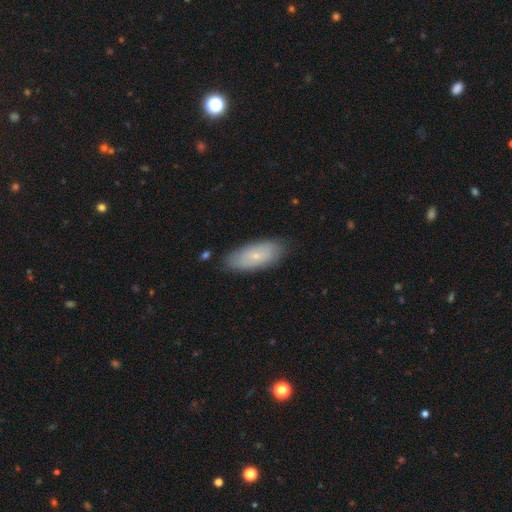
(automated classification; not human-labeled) Overall: smooth (62%; featured or disk 31%). How rounded: in between (85%). Merging: none (81%).